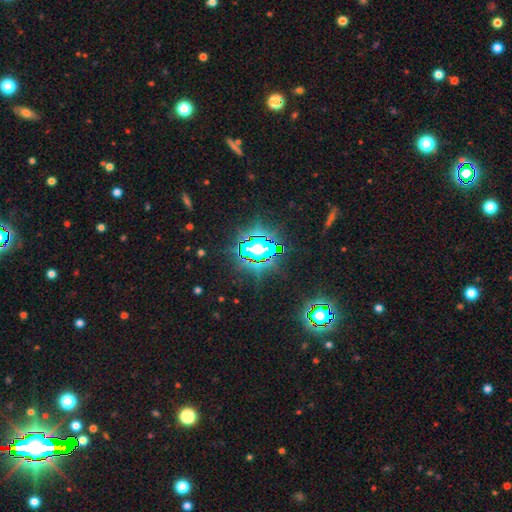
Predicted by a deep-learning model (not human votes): Smooth or featured? Predicted: star or artifact (p=0.75).